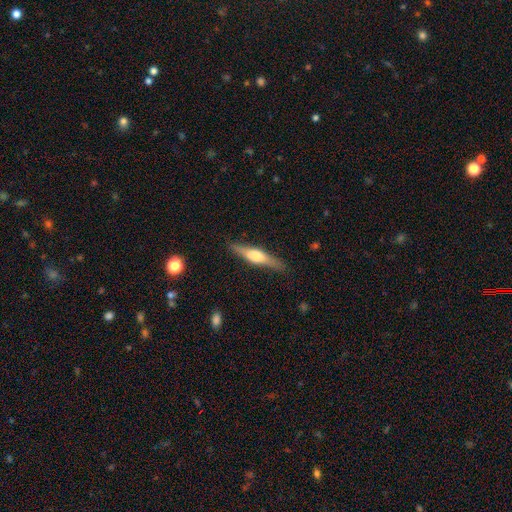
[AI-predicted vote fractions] Morphology: type=featured or disk (64%); edge-on=yes (96%); edge-on bulge=rounded (87%); merging=none (88%).